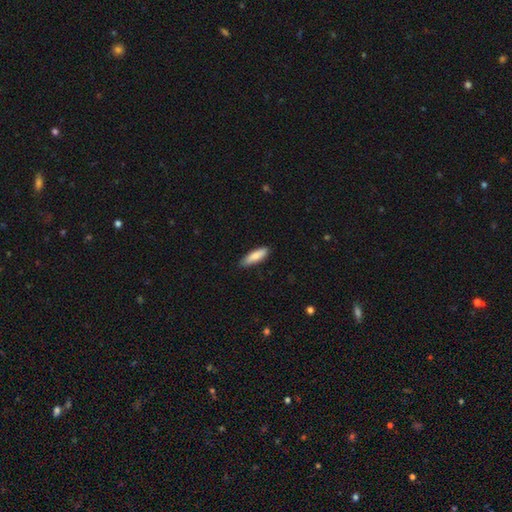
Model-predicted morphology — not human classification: This is clearly a smooth galaxy (81%). How rounded: possibly cigar-shaped (57%). Merging: clearly none (84%).